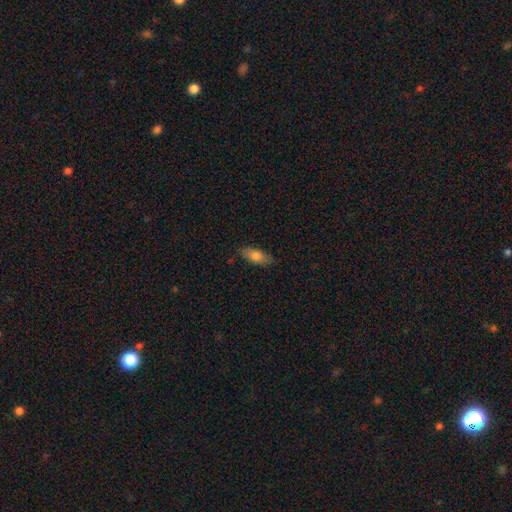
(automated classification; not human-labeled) A smooth galaxy with no disk features (77%) that is in between round and cigar-shaped (78%).

Vote fractions:
- Smooth or featured? smooth: 77% / featured or disk: 16% / star or artifact: 7%
- How rounded? in between: 78% / cigar-shaped: 19% / round: 3%
- Merging? none: 83% / minor disturbance: 13% / major disturbance: 3% / merger: 1%